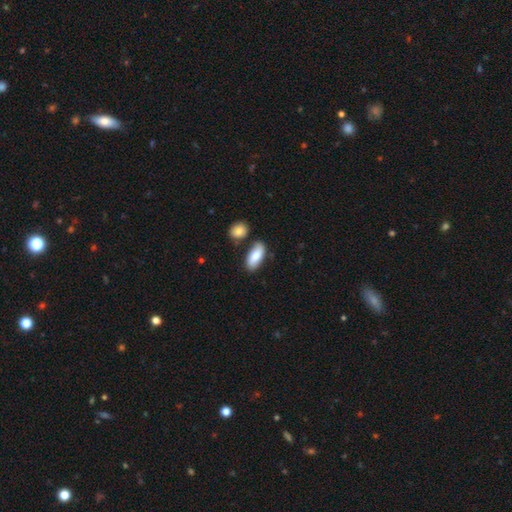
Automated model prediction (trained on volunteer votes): The model was most divided on "smooth or featured": smooth: 73%, featured or disk: 21%, star or artifact: 6%. More confident: how rounded — in between (88%); merging — none (72%).